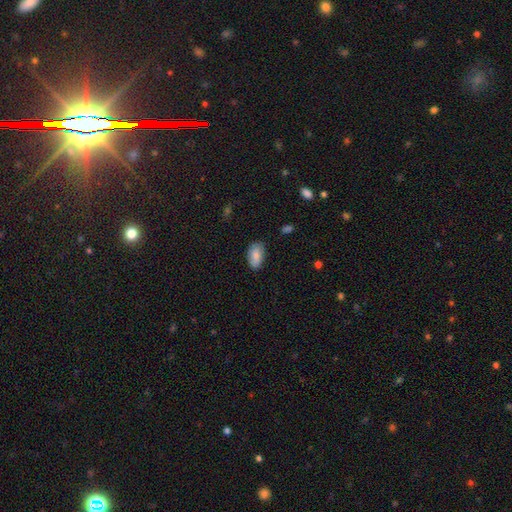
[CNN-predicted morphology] This appears to be a smooth galaxy with no disk features (83%) that is in between round and cigar-shaped (93%). Merging: none (77%).